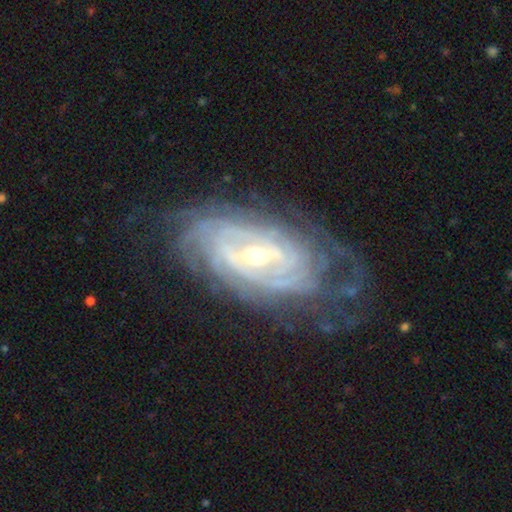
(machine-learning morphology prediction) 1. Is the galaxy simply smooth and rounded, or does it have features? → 90% featured or disk, 5% star or artifact, 5% smooth.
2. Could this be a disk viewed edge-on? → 94% no, 6% yes.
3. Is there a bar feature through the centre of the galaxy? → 40% weak, 36% strong, 24% no.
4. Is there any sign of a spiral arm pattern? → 96% yes, 4% no.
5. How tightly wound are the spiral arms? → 81% tight, 15% medium, 4% loose.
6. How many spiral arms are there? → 38% can't tell, 17% 4, 13% more than 4, 13% 2, 12% 3, 6% 1.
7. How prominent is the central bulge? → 49% moderate, 47% small, 2% large, 1% none, 1% dominant.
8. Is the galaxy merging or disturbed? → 72% none, 18% minor disturbance, 9% major disturbance, 1% merger.